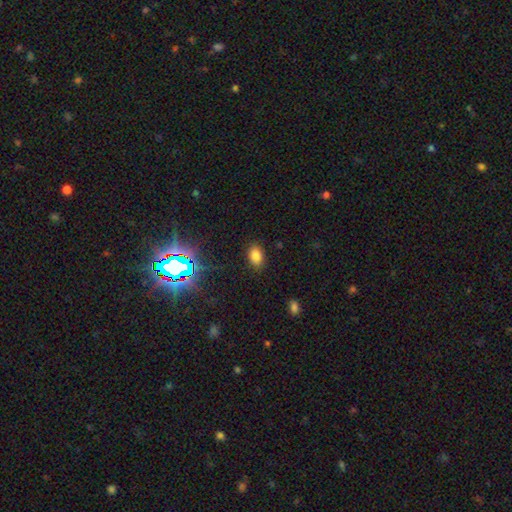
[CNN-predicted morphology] Smooth or featured: smooth — 77% (star or artifact — 17%)
How rounded: in between — 83% (round — 15%)
Merging: none — 86% (minor disturbance — 10%)